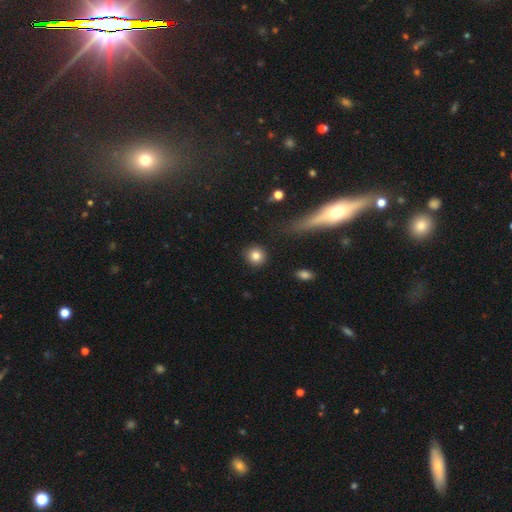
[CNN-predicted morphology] This is clearly a smooth galaxy (83%). How rounded: clearly round (91%). Merging: clearly none (90%).